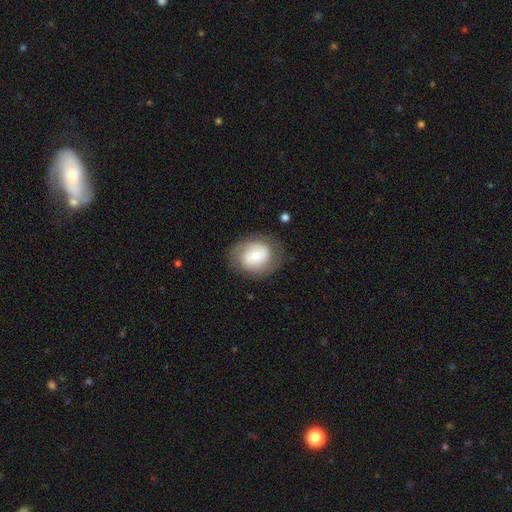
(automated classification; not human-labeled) This is possibly a smooth galaxy (55%). How rounded: possibly round (59%). Merging: likely none (75%).